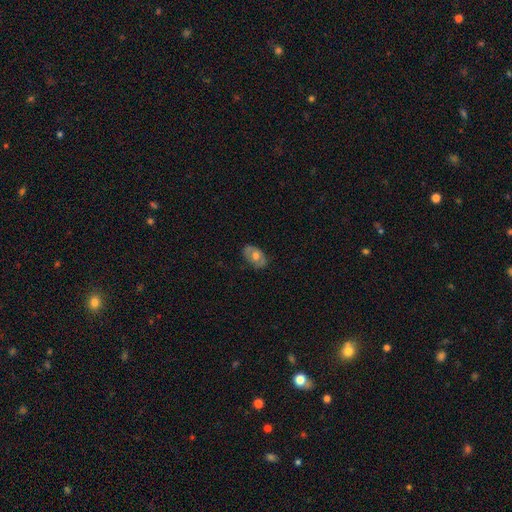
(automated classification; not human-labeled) A smooth galaxy with no disk features (52%) that is in between round and cigar-shaped (85%).

Vote fractions:
- Smooth or featured? smooth: 52% / featured or disk: 42% / star or artifact: 7%
- How rounded? in between: 85% / round: 13% / cigar-shaped: 1%
- Merging? none: 80% / minor disturbance: 15% / major disturbance: 3% / merger: 1%